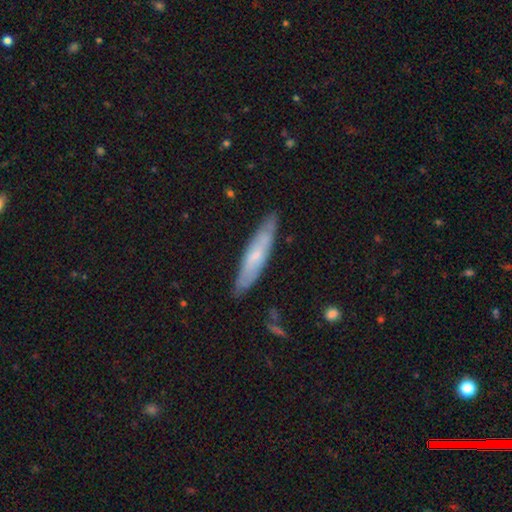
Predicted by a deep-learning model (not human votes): Smooth or featured? Predicted: smooth (p=0.48). Merging? Predicted: none (p=0.84).